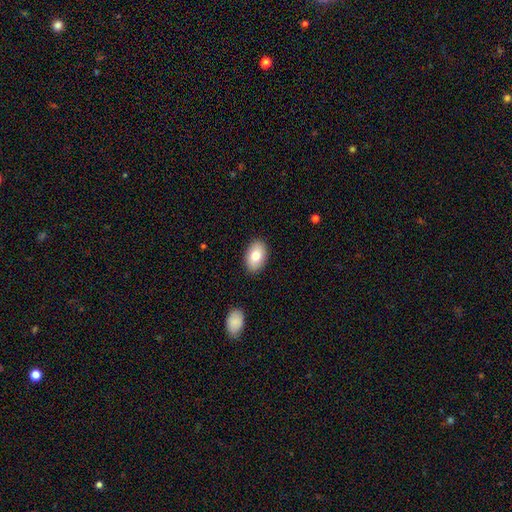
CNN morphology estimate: A smooth galaxy with no disk features (80%) that is in between round and cigar-shaped (91%).

Vote fractions:
- Smooth or featured? smooth: 80% / featured or disk: 13% / star or artifact: 7%
- How rounded? in between: 91% / round: 7% / cigar-shaped: 1%
- Merging? none: 88% / minor disturbance: 8% / major disturbance: 2% / merger: 1%